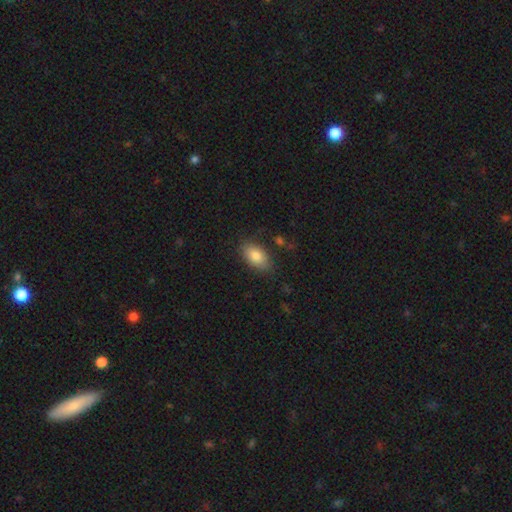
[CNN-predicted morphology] smooth_or_featured: smooth (p=0.82) [alt: featured or disk p=0.11]
how_rounded: in between (p=0.92) [alt: round p=0.06]
merging: none (p=0.81) [alt: minor disturbance p=0.14]